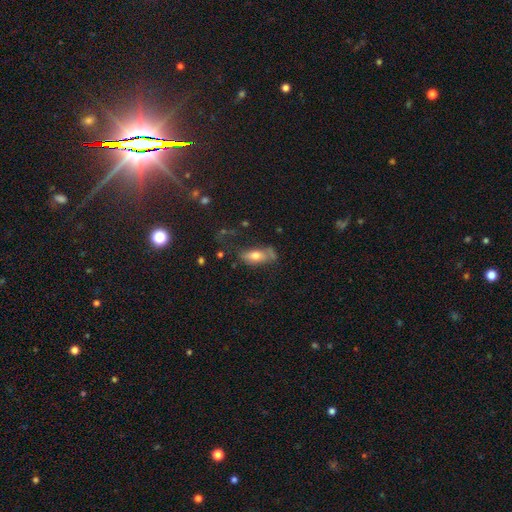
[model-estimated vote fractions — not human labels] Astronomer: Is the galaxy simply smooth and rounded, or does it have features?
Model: smooth — 62%.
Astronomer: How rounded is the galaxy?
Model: in between — 81%.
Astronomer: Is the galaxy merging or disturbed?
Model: none — 47% (runner-up: minor disturbance, 28%).